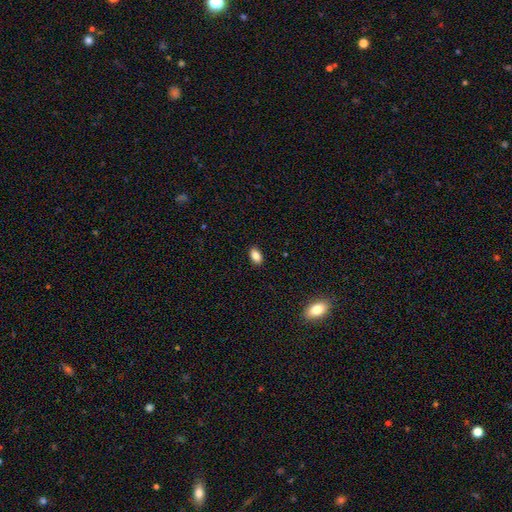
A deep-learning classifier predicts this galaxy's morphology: A smooth galaxy with no disk features (86%) that is in between round and cigar-shaped (90%). Merging: none (89%).